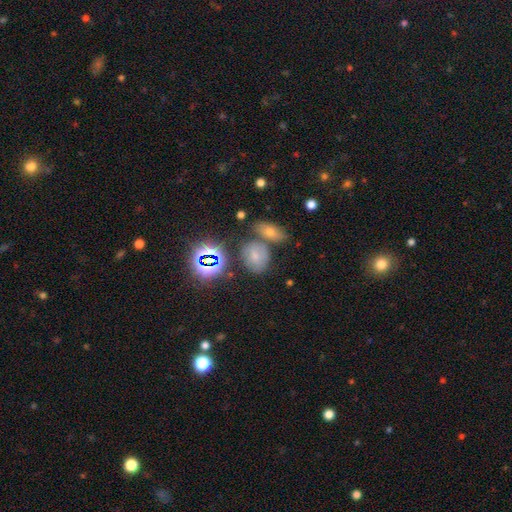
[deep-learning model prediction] This appears to be a smooth galaxy with no disk features (61%) that is round (50%). Merging: none (61%).